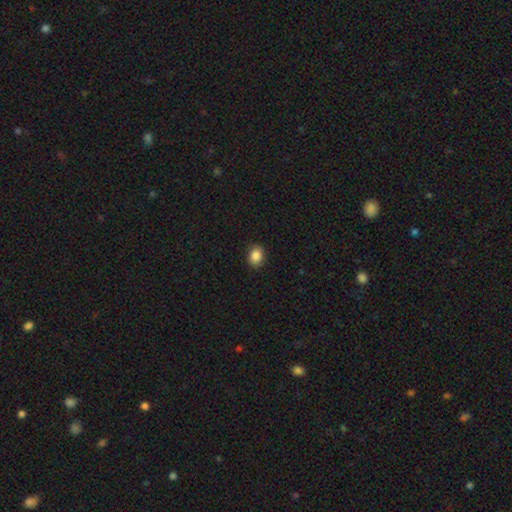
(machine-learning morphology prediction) Overall: smooth (87%). How rounded: in between (53%; round 46%). Merging: none (88%).